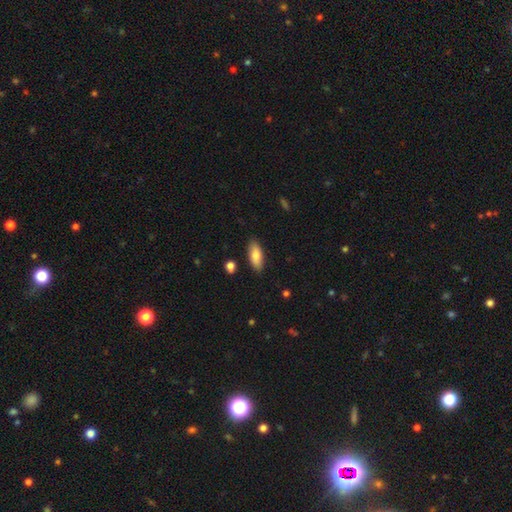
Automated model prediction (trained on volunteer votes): Q: Smooth or featured?
A: smooth (81%); runner-up: featured or disk (13%)
Q: How rounded?
A: in between (75%); runner-up: cigar-shaped (23%)
Q: Merging?
A: none (86%); runner-up: minor disturbance (10%)